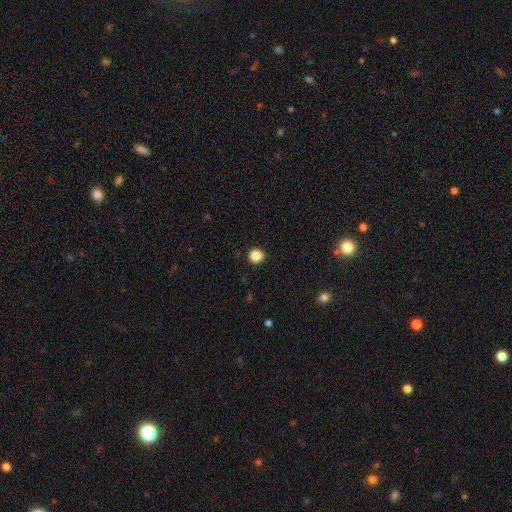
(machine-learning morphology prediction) type=smooth (86%); roundness=round (92%); merging=none (90%).